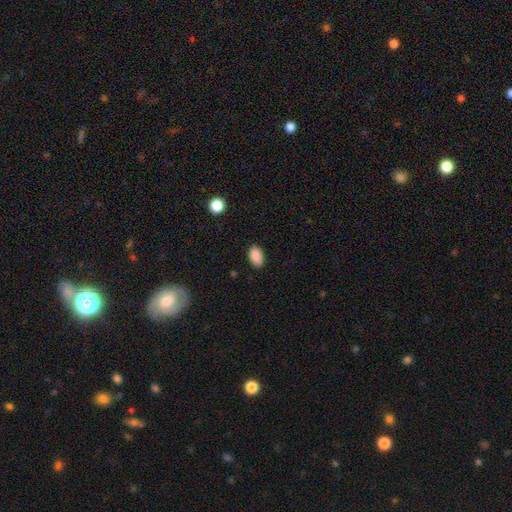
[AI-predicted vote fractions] smooth-or-featured: smooth: 89% | star or artifact: 8% | featured or disk: 3%
  how-rounded: in between: 91% | round: 7% | cigar-shaped: 1%
  merging: none: 86% | minor disturbance: 11% | major disturbance: 2% | merger: 1%